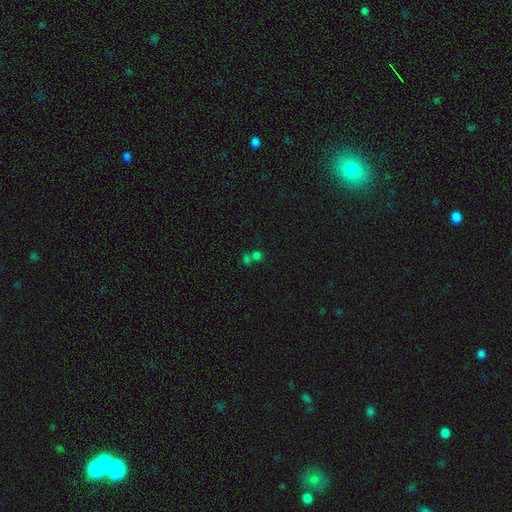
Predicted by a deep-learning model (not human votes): Morphology: type=smooth (54%); roundness=round (75%); merging=none (44%).